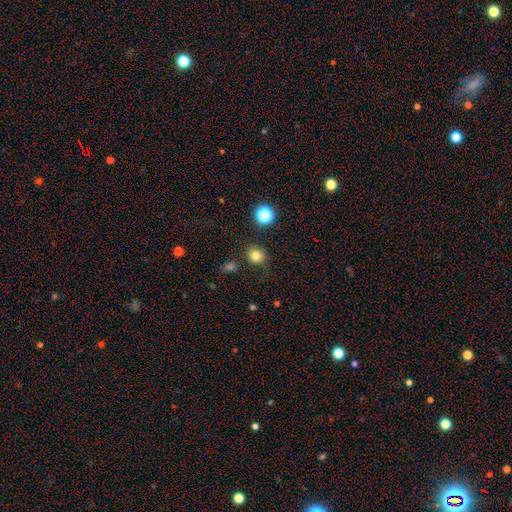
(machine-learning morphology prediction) Q: Smooth or featured?
A: smooth (79%); runner-up: star or artifact (15%)
Q: How rounded?
A: round (88%); runner-up: in between (11%)
Q: Merging?
A: none (82%); runner-up: minor disturbance (12%)